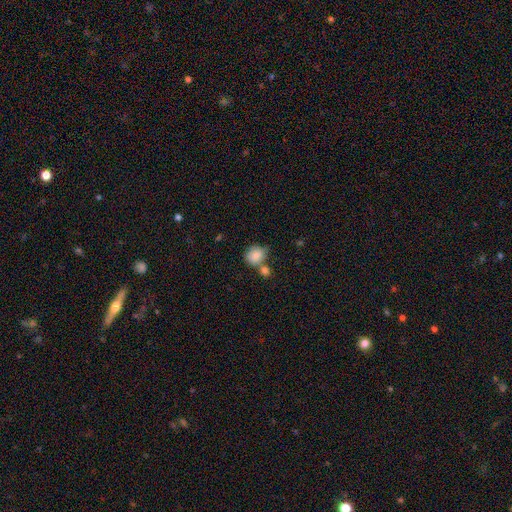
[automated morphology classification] Smooth or featured? smooth (84%)
How rounded? round (69%)
Merging? none (43%)